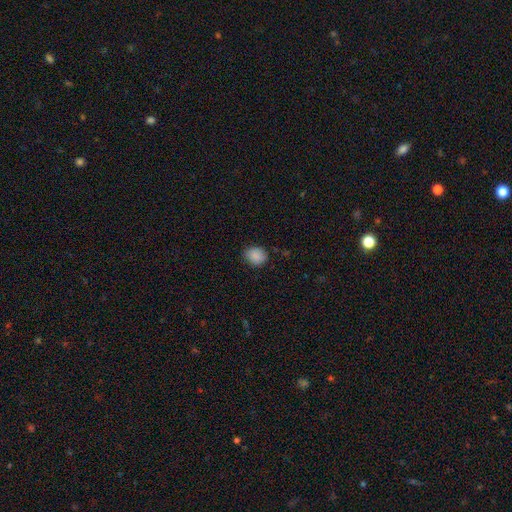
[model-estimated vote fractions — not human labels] A smooth galaxy with no disk features (88%) that is round (73%). Merging: none (81%).